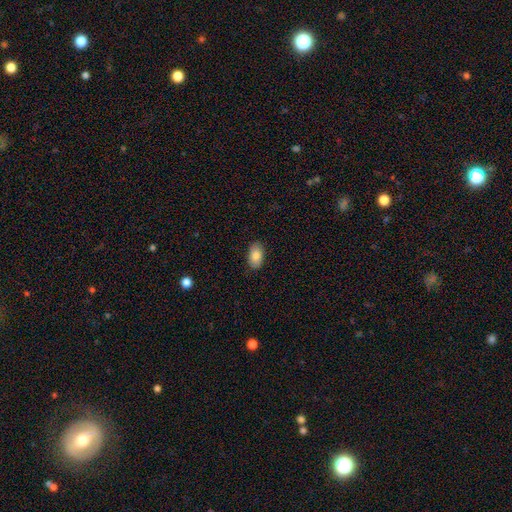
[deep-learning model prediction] Smooth or featured?
  - smooth: 82% *
  - featured or disk: 11%
  - star or artifact: 7%
How rounded?
  - in between: 93% *
  - round: 6%
  - cigar-shaped: 2%
Merging?
  - none: 87% *
  - minor disturbance: 10%
  - major disturbance: 2%
  - merger: 1%